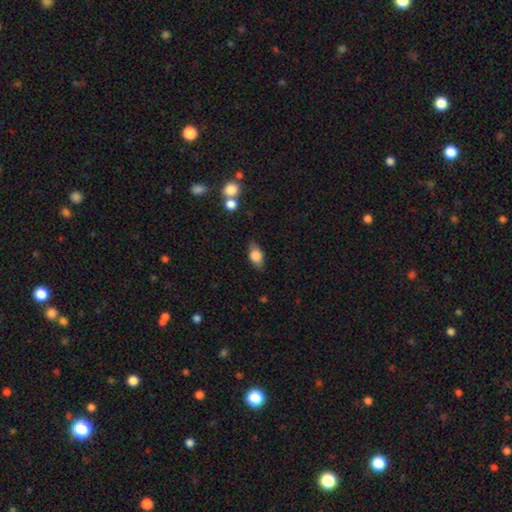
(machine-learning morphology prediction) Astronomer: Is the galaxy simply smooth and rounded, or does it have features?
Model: smooth — 77%.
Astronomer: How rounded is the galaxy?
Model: in between — 83%.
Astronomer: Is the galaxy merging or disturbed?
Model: none — 79%.